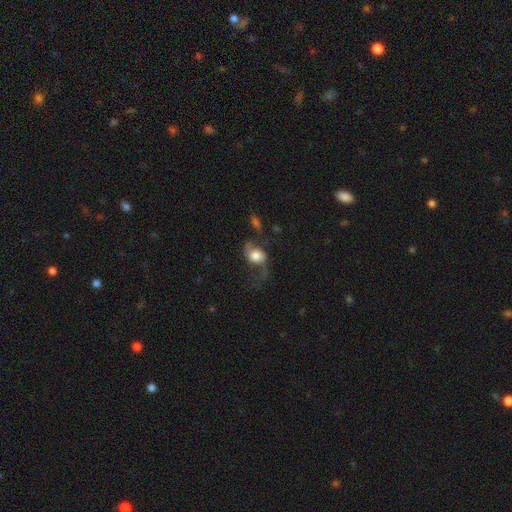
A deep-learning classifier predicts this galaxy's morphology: Smooth or featured? Predicted: featured or disk (p=0.53). Edge-on disk? Predicted: no (p=0.94). Merging? Predicted: none (p=0.42).